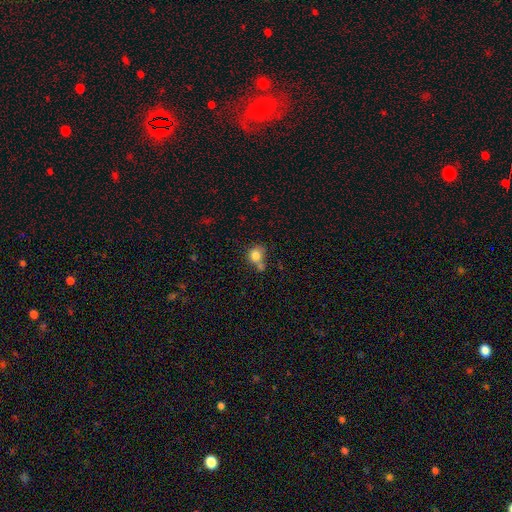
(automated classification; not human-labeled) A smooth galaxy with no disk features (80%) that is round (71%). Merging: none (42%).